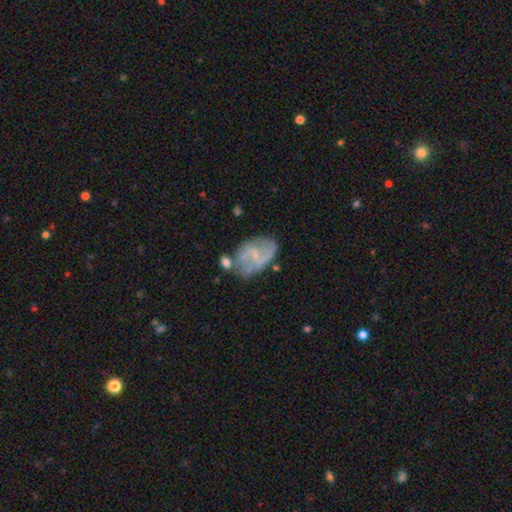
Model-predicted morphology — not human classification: This is likely a featured or disk galaxy (71%). It is clearly not viewed edge-on (97%). Bar: possibly weak (49%). Spiral arm pattern: clearly yes (83%). Spiral arm count: likely 2 (70%). Spiral winding: marginally medium (43%). Central bulge: likely small (73%). Merging: possibly none (51%).